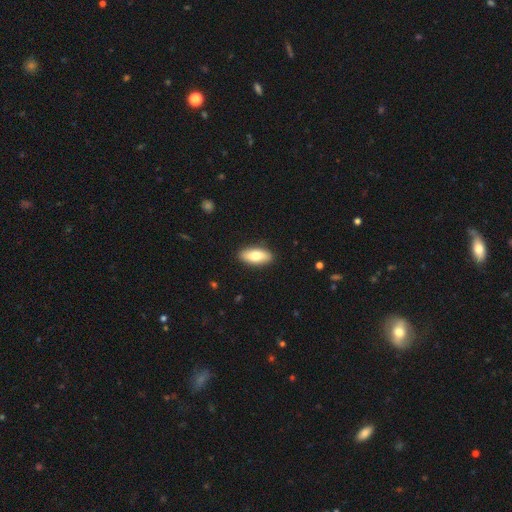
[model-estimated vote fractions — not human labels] Overall: smooth (77%). How rounded: in between (84%). Merging: none (89%).